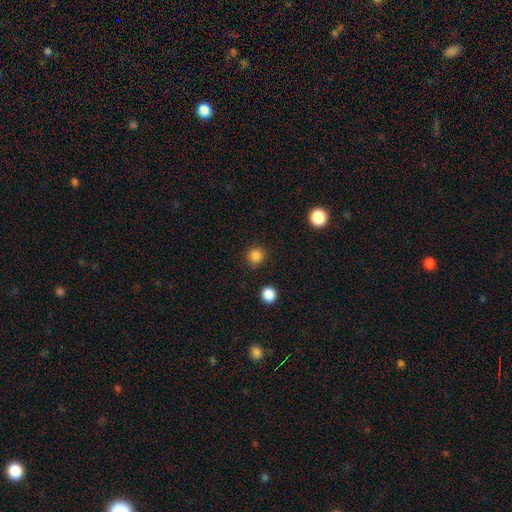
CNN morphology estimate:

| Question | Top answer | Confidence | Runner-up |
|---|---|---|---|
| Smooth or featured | smooth | 85% | star or artifact (12%) |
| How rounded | round | 92% | in between (7%) |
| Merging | none | 88% | minor disturbance (8%) |